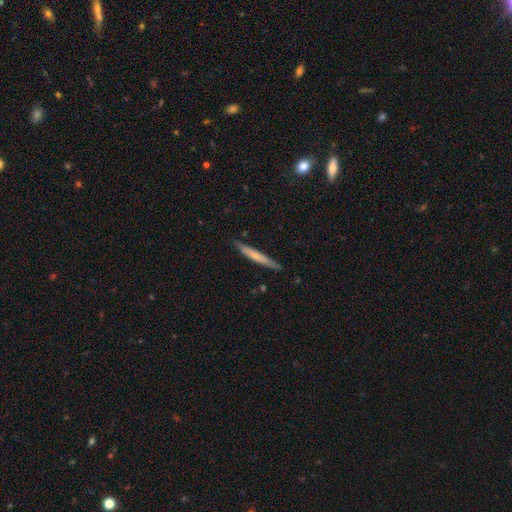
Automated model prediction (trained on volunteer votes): Overall: smooth (56%; featured or disk 38%). How rounded: cigar-shaped (96%). Merging: none (86%).